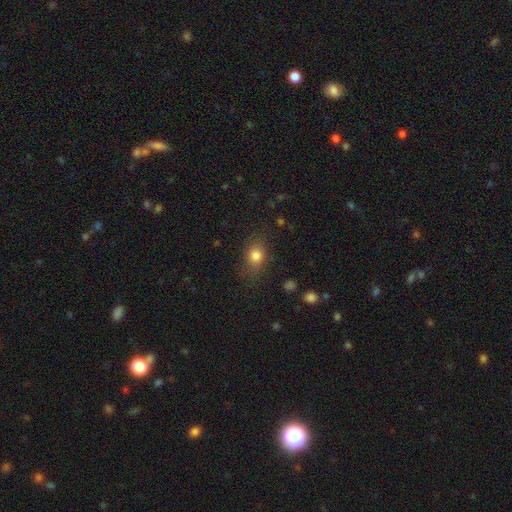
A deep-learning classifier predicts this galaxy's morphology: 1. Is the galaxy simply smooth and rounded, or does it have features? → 80% smooth, 11% star or artifact, 9% featured or disk.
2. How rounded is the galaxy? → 56% in between, 42% round, 2% cigar-shaped.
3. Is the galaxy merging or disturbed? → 75% none, 16% minor disturbance, 7% major disturbance, 1% merger.